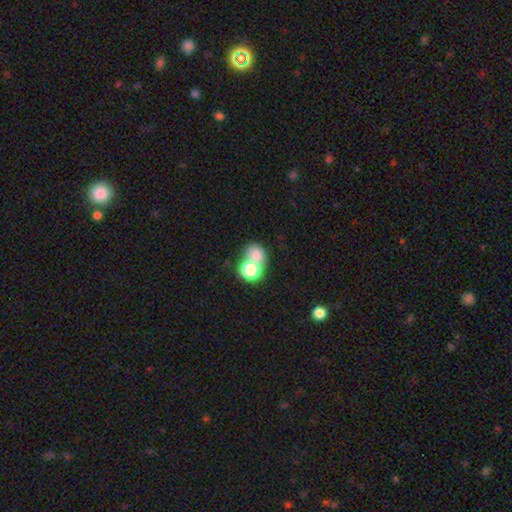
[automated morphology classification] Smooth or featured? smooth (72%)
How rounded? round (62%)
Merging? merger (55%)